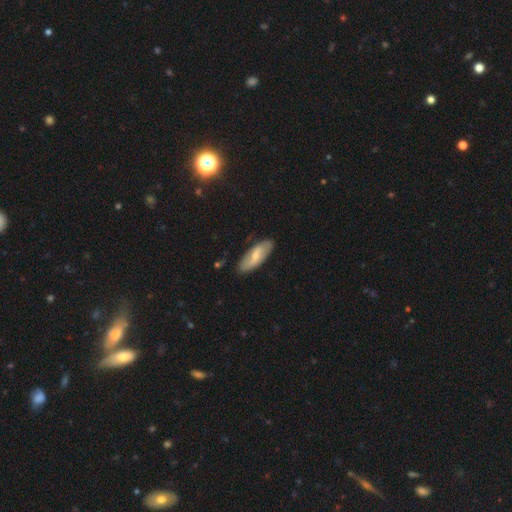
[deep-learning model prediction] This appears to be a smooth galaxy with no disk features (52%) that is in between round and cigar-shaped (71%). Merging: none (82%).